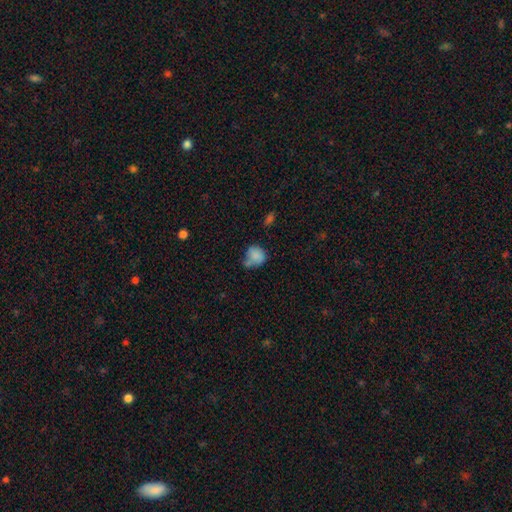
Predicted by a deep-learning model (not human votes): The model was most divided on "merging": none: 41%, minor disturbance: 32%, merger: 14%, major disturbance: 13%. More confident: smooth or featured — smooth (80%); how rounded — round (65%).